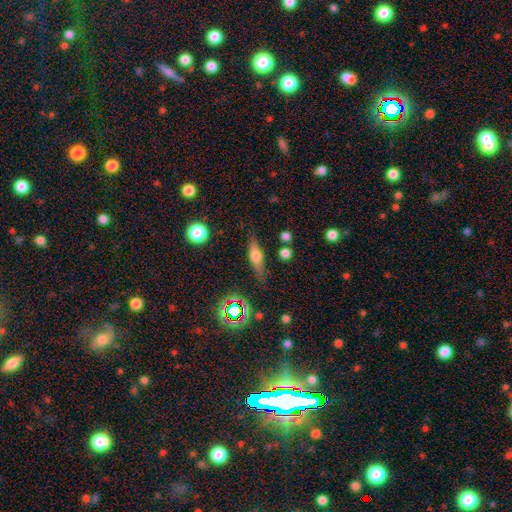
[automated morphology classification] Smooth or featured?
  - featured or disk: 50% *
  - smooth: 40%
  - star or artifact: 10%
Edge-on disk?
  - yes: 91% *
  - no: 9%
Merging?
  - none: 80% *
  - minor disturbance: 13%
  - major disturbance: 4%
  - merger: 2%